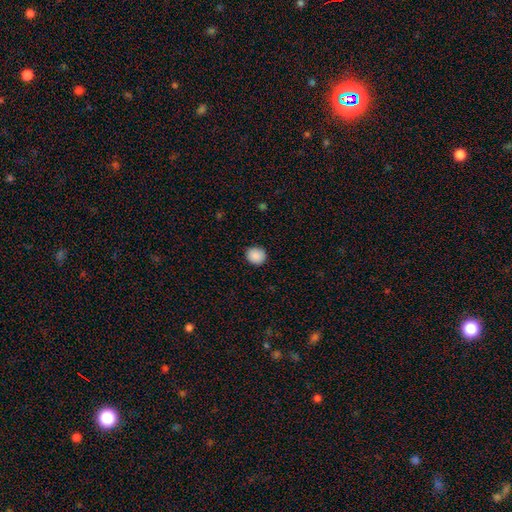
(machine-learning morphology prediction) smooth-or-featured: smooth: 89% | star or artifact: 8% | featured or disk: 2%
  how-rounded: round: 85% | in between: 14% | cigar-shaped: 1%
  merging: none: 90% | minor disturbance: 7% | major disturbance: 2% | merger: 1%